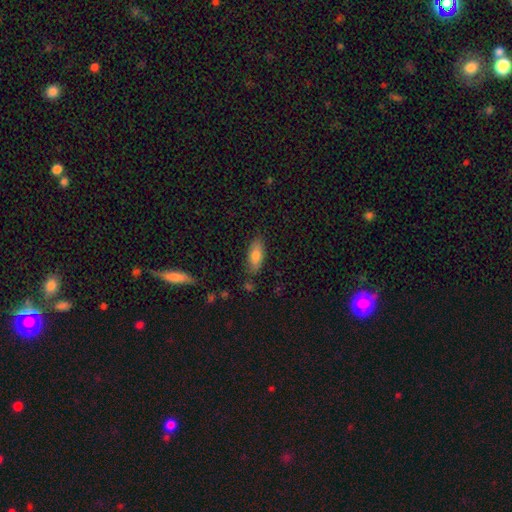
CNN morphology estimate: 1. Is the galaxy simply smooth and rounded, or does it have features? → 78% smooth, 15% featured or disk, 7% star or artifact.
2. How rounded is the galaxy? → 79% in between, 19% cigar-shaped, 3% round.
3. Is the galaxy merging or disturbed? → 81% none, 14% minor disturbance, 3% major disturbance, 2% merger.